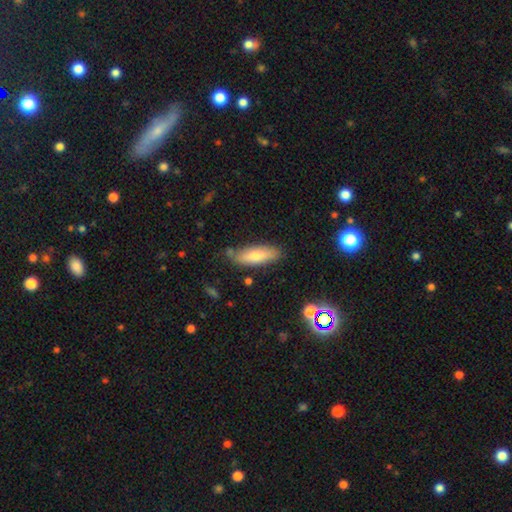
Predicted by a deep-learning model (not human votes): Smooth or featured?
  - smooth: 71% *
  - featured or disk: 22%
  - star or artifact: 8%
How rounded?
  - in between: 51% *
  - cigar-shaped: 47%
  - round: 2%
Merging?
  - none: 76% *
  - minor disturbance: 17%
  - merger: 4%
  - major disturbance: 3%